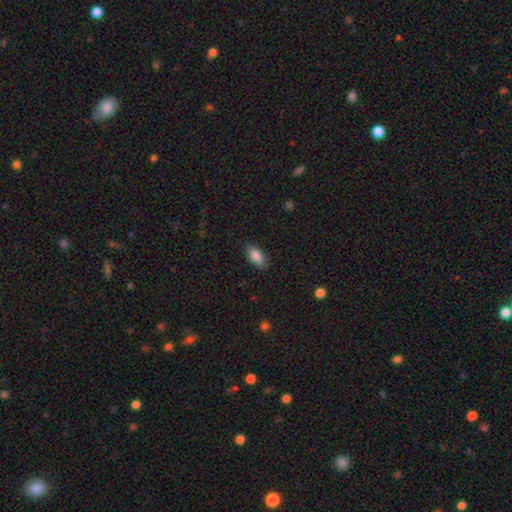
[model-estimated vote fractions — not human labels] Smooth or featured? smooth (87%)
How rounded? in between (92%)
Merging? none (86%)